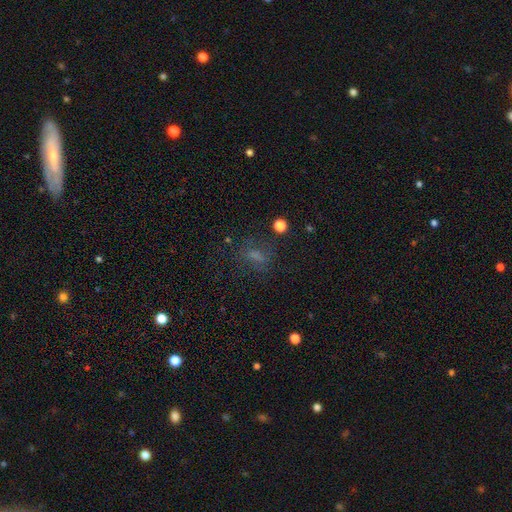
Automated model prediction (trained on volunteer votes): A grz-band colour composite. It shows a smooth galaxy with no disk features (56%) that is in between round and cigar-shaped (58%). Merging: none (66%).